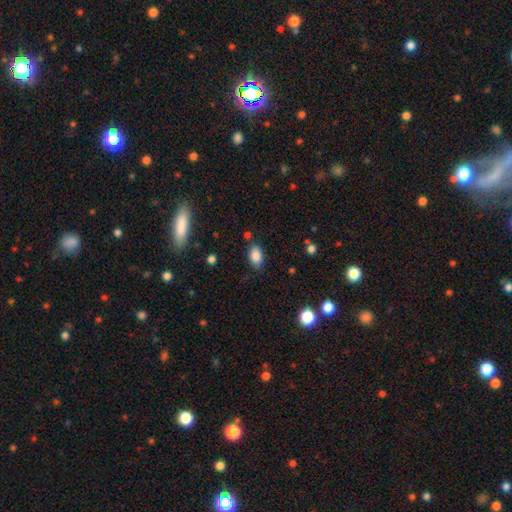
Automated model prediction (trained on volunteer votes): Overall: smooth (85%). How rounded: in between (88%). Merging: none (80%).